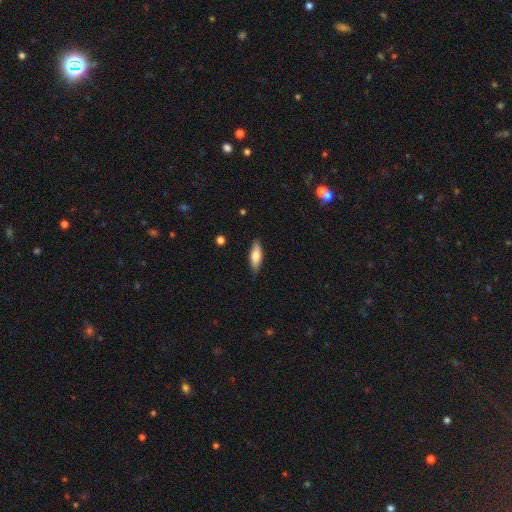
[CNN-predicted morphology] Overall: smooth (69%). How rounded: in between (55%; cigar-shaped 43%). Merging: none (87%).